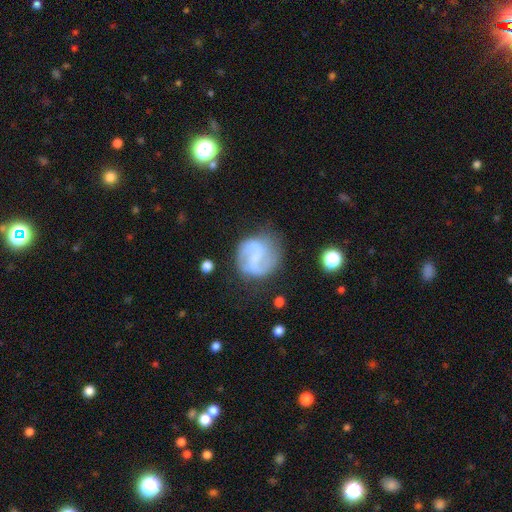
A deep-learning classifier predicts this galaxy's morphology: A featured or disk galaxy (76%) with a weak bar (42%), 2 (87%) loose (47%) spiral arms (88%) and a small central bulge (46%). Merging: none (69%).